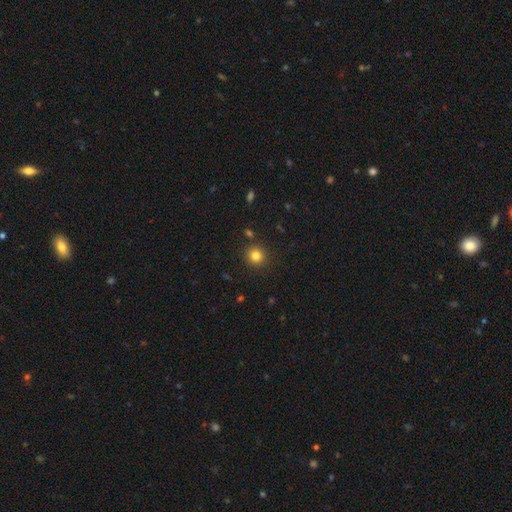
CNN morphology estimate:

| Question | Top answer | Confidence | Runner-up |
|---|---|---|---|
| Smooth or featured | smooth | 82% | star or artifact (13%) |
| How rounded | round | 92% | in between (7%) |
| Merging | none | 89% | minor disturbance (6%) |